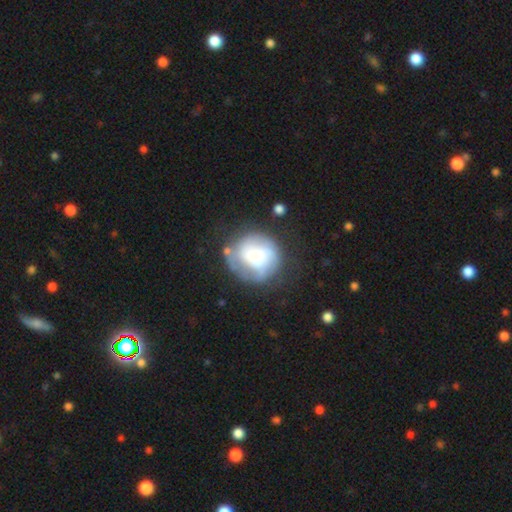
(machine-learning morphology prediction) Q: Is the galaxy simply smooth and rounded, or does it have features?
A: featured or disk — 47%.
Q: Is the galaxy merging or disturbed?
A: none — 51%.